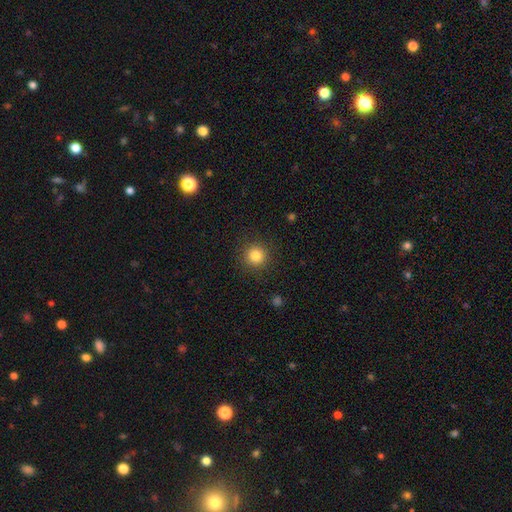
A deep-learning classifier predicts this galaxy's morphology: Smooth or featured? Predicted: smooth (p=0.83). How rounded? Predicted: round (p=0.94). Merging? Predicted: none (p=0.90).